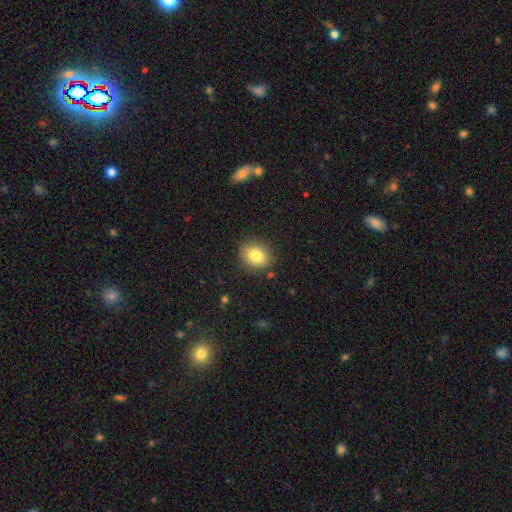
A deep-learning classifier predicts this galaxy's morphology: type=smooth (82%); roundness=round (61%); merging=none (86%).